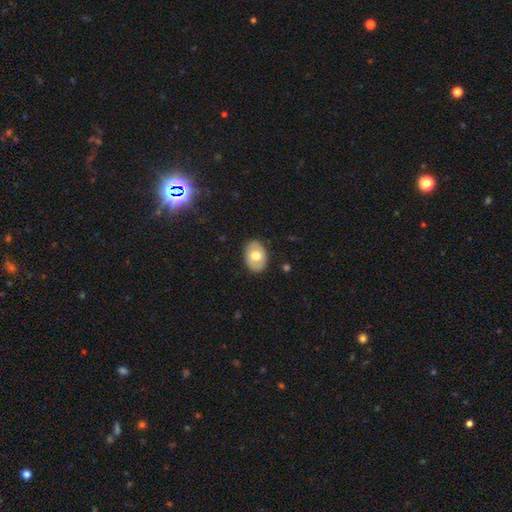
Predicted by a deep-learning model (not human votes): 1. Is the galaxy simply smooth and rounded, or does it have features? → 61% smooth, 33% featured or disk, 6% star or artifact.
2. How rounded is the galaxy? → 81% in between, 18% round, 1% cigar-shaped.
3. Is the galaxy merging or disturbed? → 86% none, 11% minor disturbance, 2% major disturbance, 1% merger.